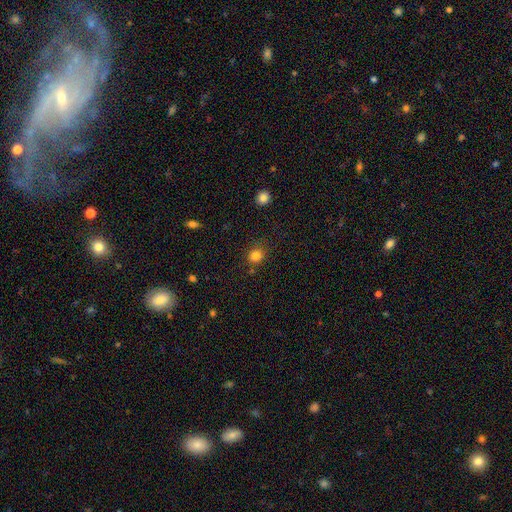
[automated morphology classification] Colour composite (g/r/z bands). It shows a smooth galaxy with no disk features (83%) that is round (78%). Merging: none (77%).